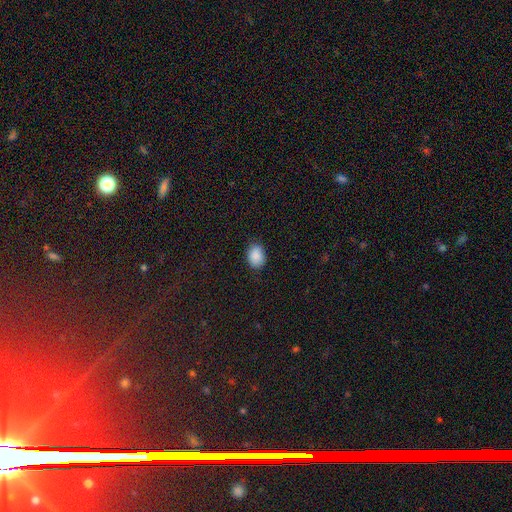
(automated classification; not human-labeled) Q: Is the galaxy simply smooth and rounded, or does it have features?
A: smooth — 89%.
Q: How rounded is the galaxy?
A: in between — 74%.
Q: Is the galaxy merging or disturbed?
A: none — 82%.